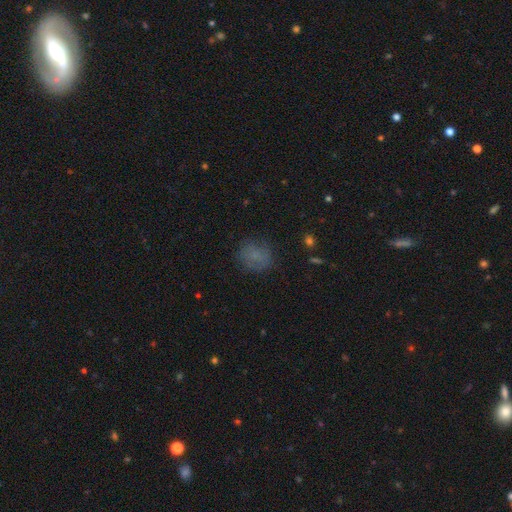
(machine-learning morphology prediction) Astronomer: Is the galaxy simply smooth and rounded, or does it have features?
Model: smooth — 69%.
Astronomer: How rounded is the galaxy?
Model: round — 72%.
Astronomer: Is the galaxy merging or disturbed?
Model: none — 75%.